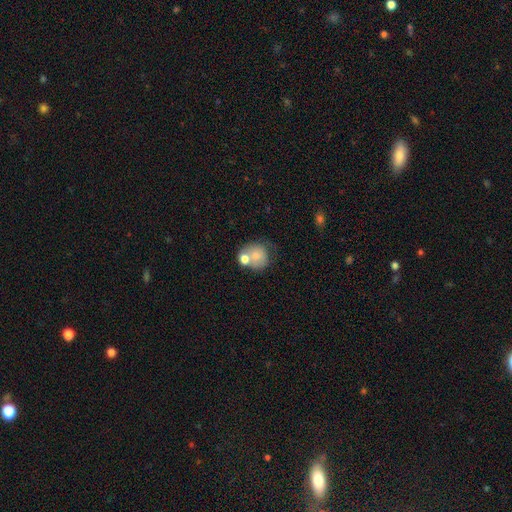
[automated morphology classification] smooth 69%, featured or disk 23%, star or artifact 9%. Down the decision tree: how rounded — round (76%); merging — merger (38%).